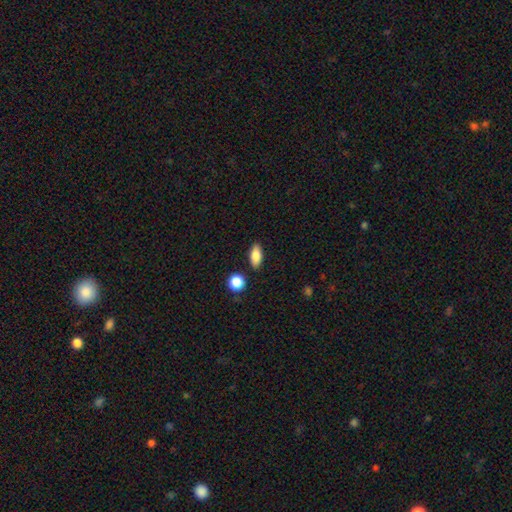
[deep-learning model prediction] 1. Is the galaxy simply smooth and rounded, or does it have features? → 83% smooth, 9% featured or disk, 8% star or artifact.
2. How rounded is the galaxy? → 84% in between, 11% cigar-shaped, 5% round.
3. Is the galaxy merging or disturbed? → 86% none, 9% minor disturbance, 3% merger, 2% major disturbance.